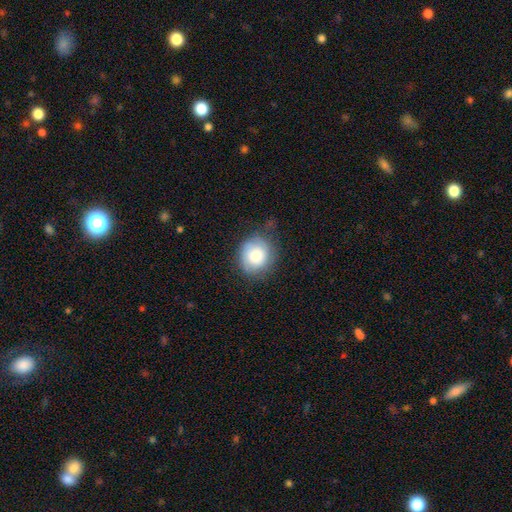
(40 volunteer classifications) This is clearly a smooth galaxy (90%). How rounded: likely round (69%). Merging: possibly none (55%).